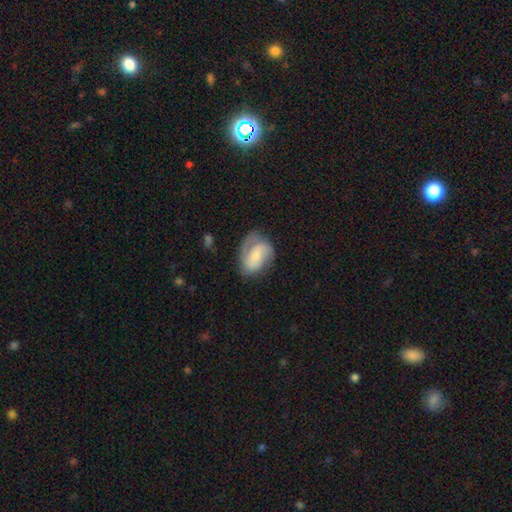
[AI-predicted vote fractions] This appears to be a featured or disk galaxy (64%) with no bar (48%), 2 (65%) medium (45%) spiral arms (90%) and a small central bulge (43%). Merging: none (58%).